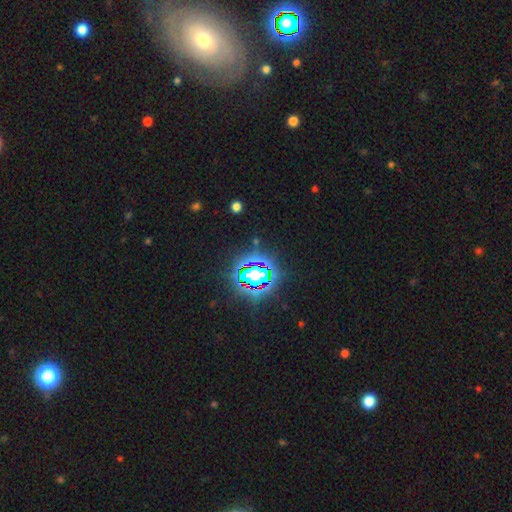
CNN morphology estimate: type=star or artifact (80%).